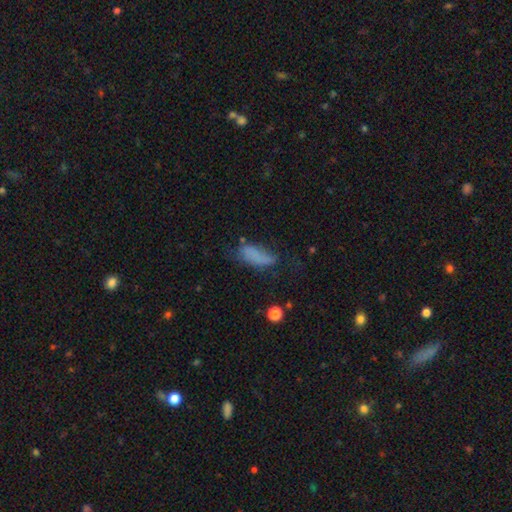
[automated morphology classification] This is likely a smooth galaxy (69%). How rounded: likely in between (74%). Merging: marginally none (42%).